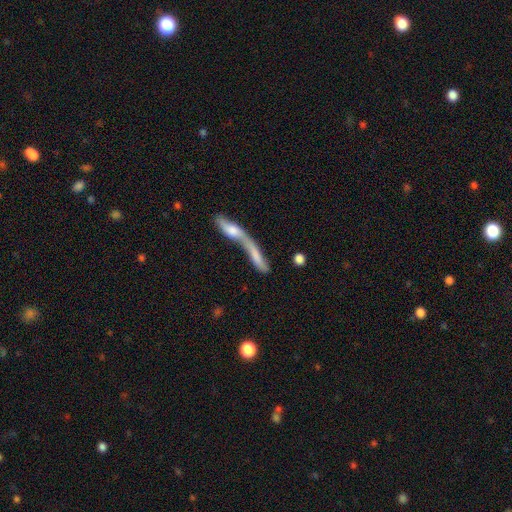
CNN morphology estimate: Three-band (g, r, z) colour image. It shows a smooth galaxy with no disk features (62%) that is cigar-shaped (72%). Merging: merger (72%).